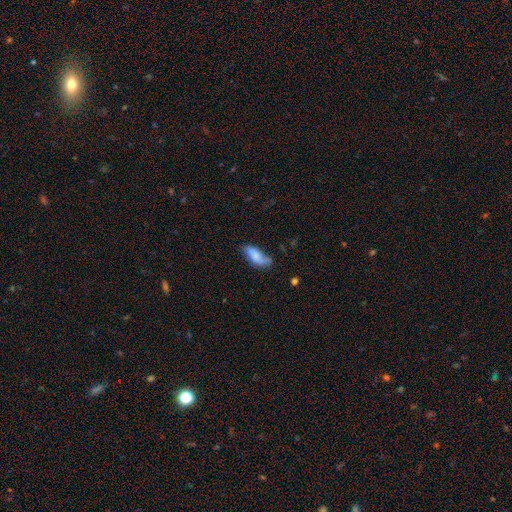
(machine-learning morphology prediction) Smooth or featured? smooth (74%)
How rounded? in between (77%)
Merging? none (53%)